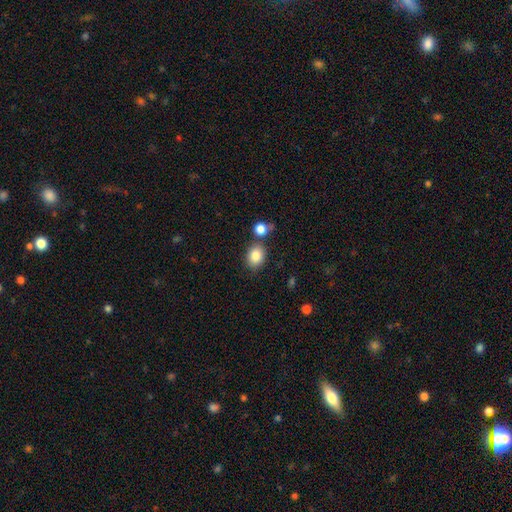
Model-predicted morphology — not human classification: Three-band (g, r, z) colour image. It shows a smooth galaxy with no disk features (84%) that is round (50%). Merging: none (70%).